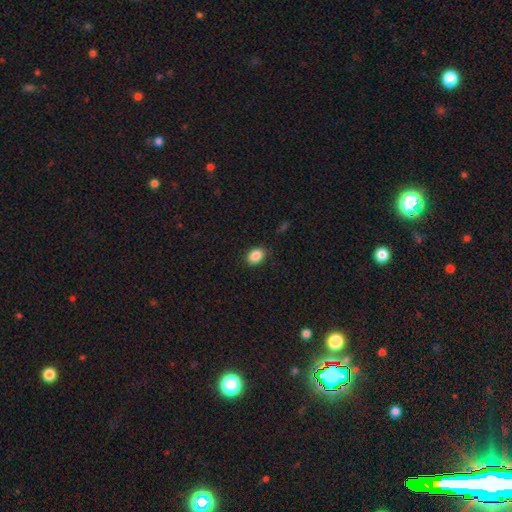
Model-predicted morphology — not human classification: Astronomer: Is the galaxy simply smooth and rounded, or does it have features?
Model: smooth — 87%.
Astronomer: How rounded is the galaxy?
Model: in between — 71%.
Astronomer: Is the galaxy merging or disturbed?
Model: none — 87%.